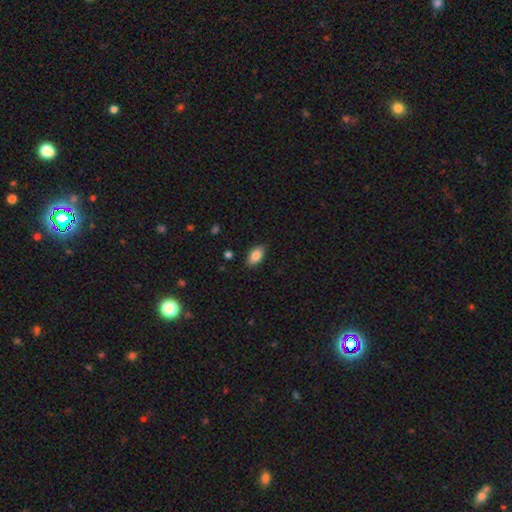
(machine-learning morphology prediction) This is clearly a smooth galaxy (84%). How rounded: clearly in between (92%). Merging: clearly none (86%).